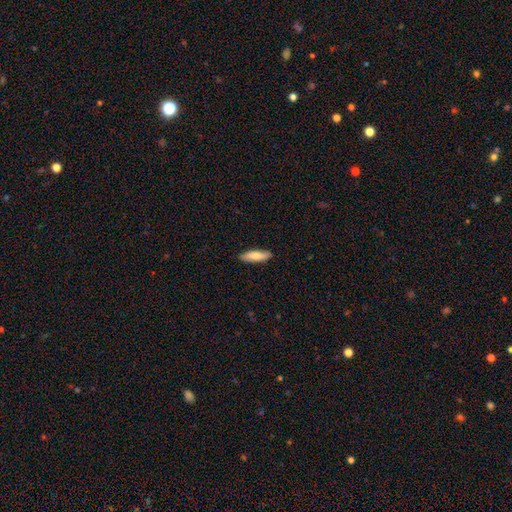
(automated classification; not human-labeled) smooth_or_featured: smooth (p=0.75) [alt: featured or disk p=0.20]
how_rounded: cigar-shaped (p=0.56) [alt: in between p=0.42]
merging: none (p=0.88) [alt: minor disturbance p=0.09]